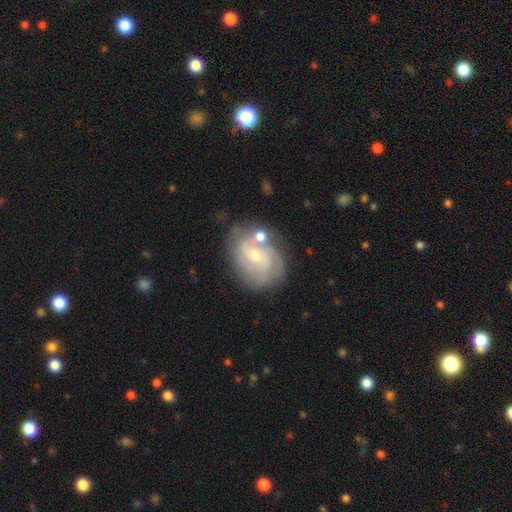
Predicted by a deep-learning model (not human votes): Morphology: type=featured or disk (71%); edge-on=no (97%); bar=no (55%); spiral arms=yes (86%); winding=tight (44%); arm count=can't tell (33%); bulge=small (62%); merging=none (60%).